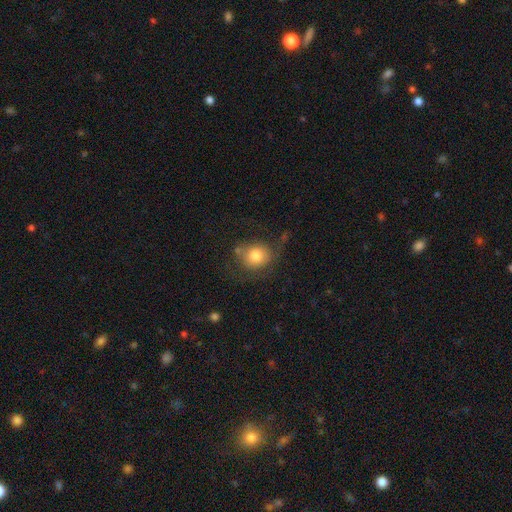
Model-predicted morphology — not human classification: smooth 76%, featured or disk 15%, star or artifact 10%. Down the decision tree: how rounded — round (74%); merging — none (62%).